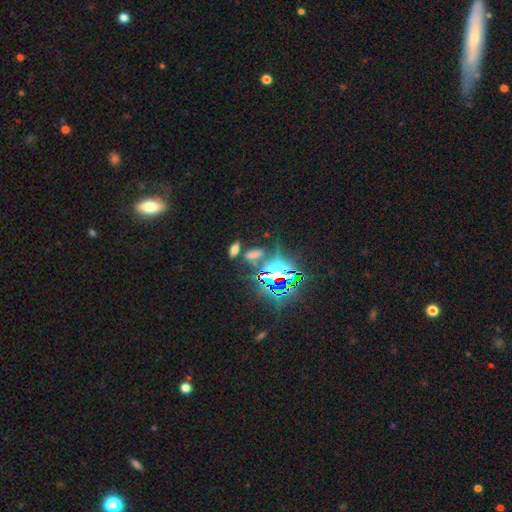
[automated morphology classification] A star or artifact, not a galaxy (73%).

Vote fractions:
- Smooth or featured? star or artifact: 73% / smooth: 16% / featured or disk: 11%